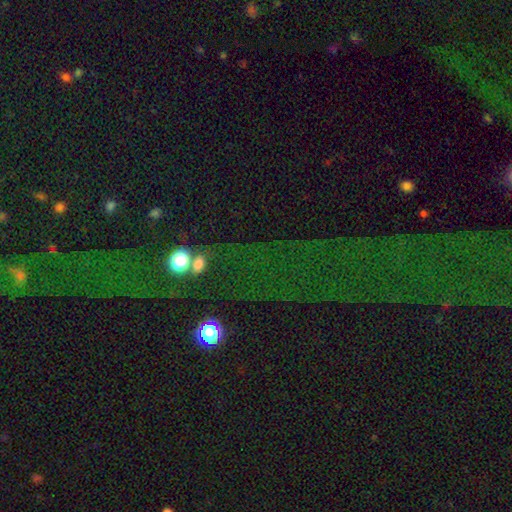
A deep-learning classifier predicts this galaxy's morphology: star or artifact 73%, smooth 14%, featured or disk 13%.